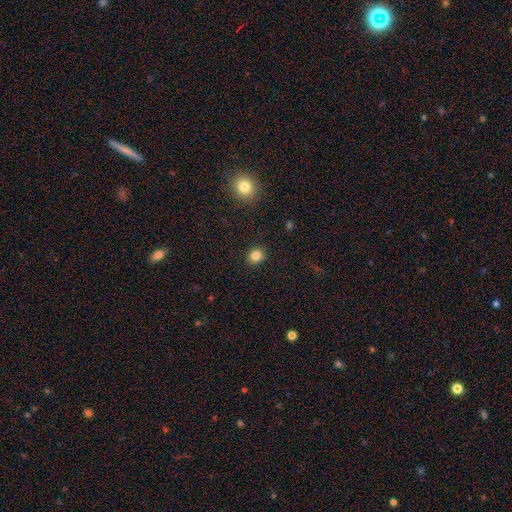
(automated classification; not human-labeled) A smooth galaxy with no disk features (83%) that is round (72%).

Vote fractions:
- Smooth or featured? smooth: 83% / star or artifact: 12% / featured or disk: 5%
- How rounded? round: 72% / in between: 27% / cigar-shaped: 1%
- Merging? none: 90% / minor disturbance: 7% / major disturbance: 2% / merger: 1%